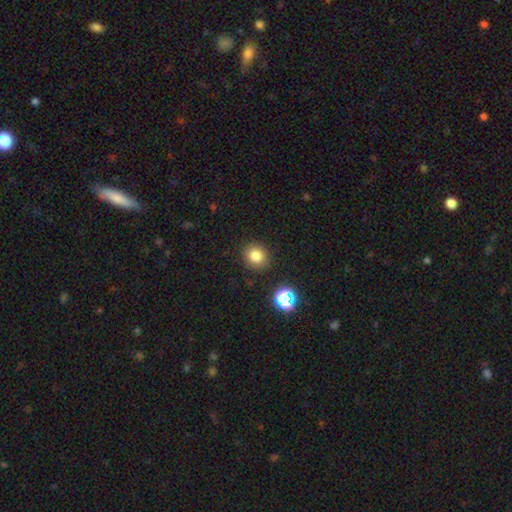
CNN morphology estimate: Smooth or featured? Predicted: smooth (p=0.79). How rounded? Predicted: round (p=0.85). Merging? Predicted: none (p=0.88).